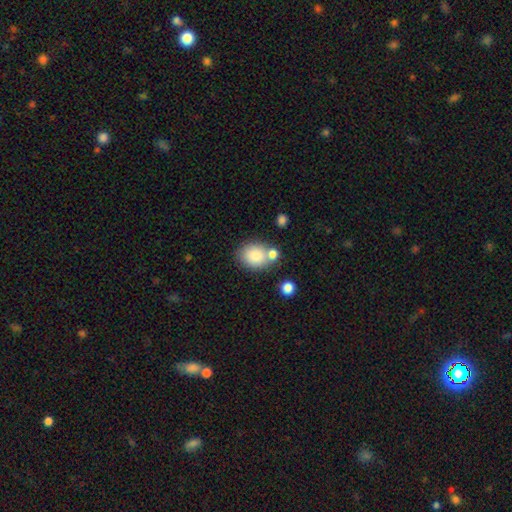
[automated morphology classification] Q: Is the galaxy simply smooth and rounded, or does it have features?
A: smooth — 82%.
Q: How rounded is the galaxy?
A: round — 50%.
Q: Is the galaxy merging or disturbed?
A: none — 58%.